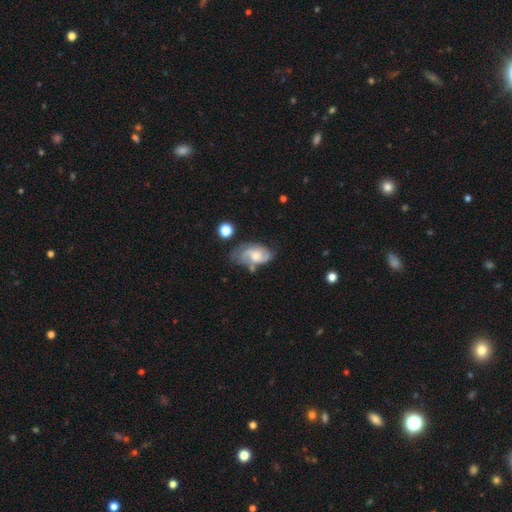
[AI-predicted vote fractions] smooth-or-featured: featured or disk: 63% | smooth: 30% | star or artifact: 7%
  disk-edge-on: no: 96% | yes: 4%
    bar: no: 63% | weak: 32% | strong: 5%
    has-spiral-arms: yes: 86% | no: 14%
      spiral-winding: medium: 45% | tight: 33% | loose: 22%
      spiral-arm-count: 2: 53% | can't tell: 24% | 3: 13% | 1: 7% | 4: 2% | more than 4: 2%
    bulge-size: moderate: 39% | small: 29% | none: 17% | large: 13% | dominant: 2%
  merging: none: 47% | minor disturbance: 28% | major disturbance: 17% | merger: 8%